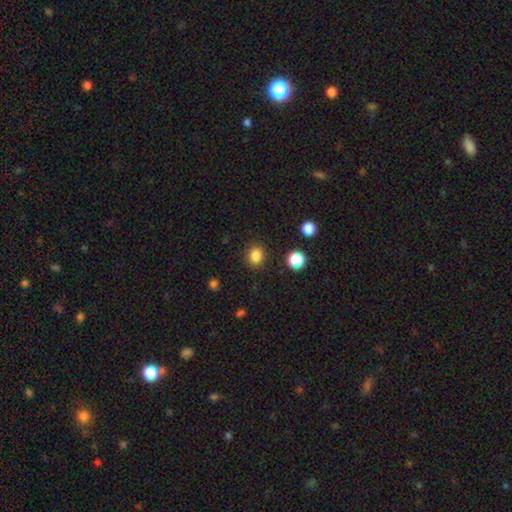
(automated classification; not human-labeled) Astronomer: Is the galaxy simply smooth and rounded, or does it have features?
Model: smooth — 85%.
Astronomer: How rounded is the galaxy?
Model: round — 73%.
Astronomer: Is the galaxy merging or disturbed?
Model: none — 88%.